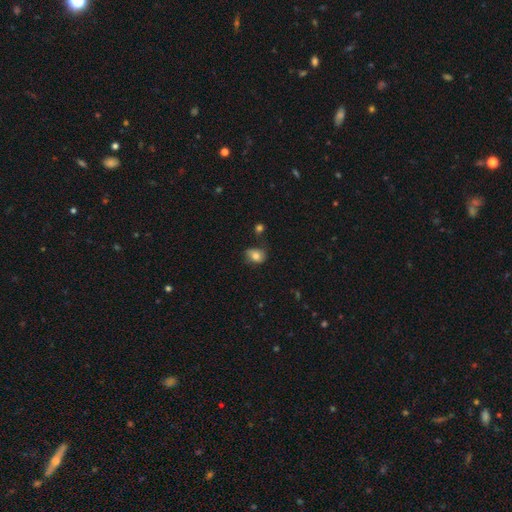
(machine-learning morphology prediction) Smooth or featured? smooth (75%)
How rounded? in between (63%)
Merging? none (62%)